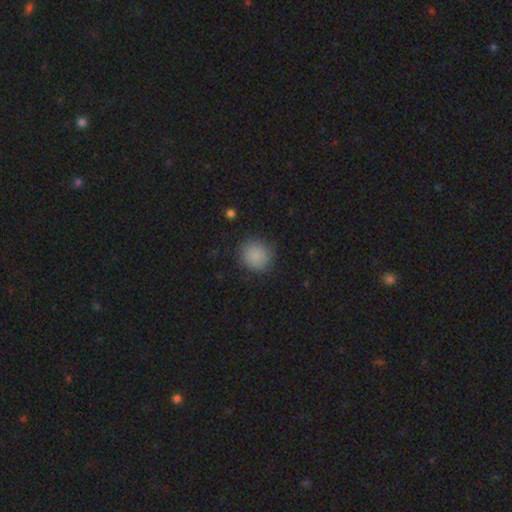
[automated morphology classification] Q: Smooth or featured?
A: smooth (86%); runner-up: star or artifact (9%)
Q: How rounded?
A: round (90%); runner-up: in between (9%)
Q: Merging?
A: none (85%); runner-up: minor disturbance (10%)